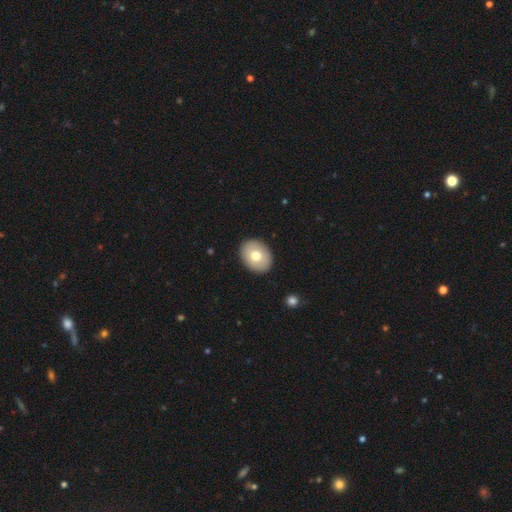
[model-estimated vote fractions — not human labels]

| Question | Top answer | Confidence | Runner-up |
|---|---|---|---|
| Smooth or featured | smooth | 72% | featured or disk (21%) |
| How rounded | in between | 60% | round (39%) |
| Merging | none | 90% | minor disturbance (7%) |